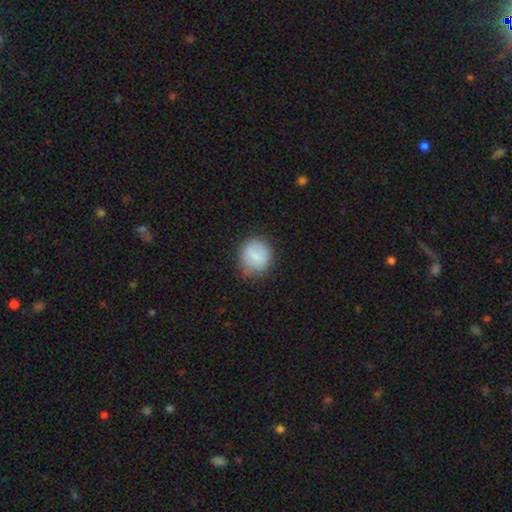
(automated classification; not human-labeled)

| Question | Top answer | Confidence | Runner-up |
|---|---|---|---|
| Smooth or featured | smooth | 80% | featured or disk (13%) |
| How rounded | round | 81% | in between (18%) |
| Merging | none | 75% | minor disturbance (18%) |